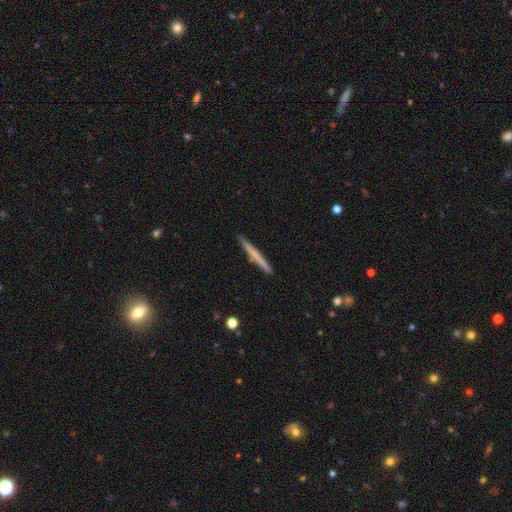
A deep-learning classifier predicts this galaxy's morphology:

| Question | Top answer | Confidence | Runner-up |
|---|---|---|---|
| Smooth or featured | smooth | 56% | featured or disk (38%) |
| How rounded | cigar-shaped | 97% | in between (2%) |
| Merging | none | 91% | minor disturbance (6%) |